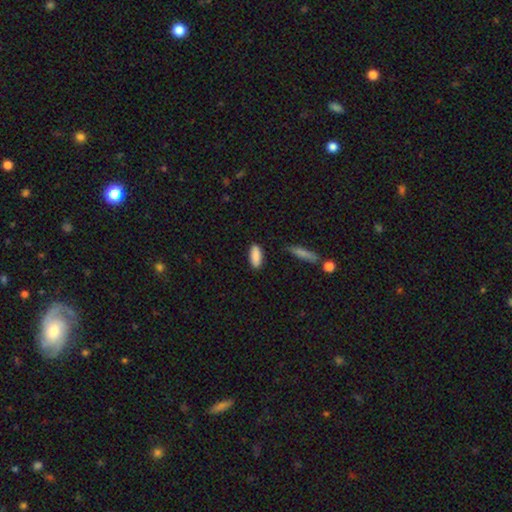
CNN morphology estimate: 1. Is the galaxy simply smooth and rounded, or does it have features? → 89% smooth, 6% star or artifact, 5% featured or disk.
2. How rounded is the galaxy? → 80% in between, 18% cigar-shaped, 2% round.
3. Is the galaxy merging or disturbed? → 84% none, 12% minor disturbance, 2% major disturbance, 2% merger.